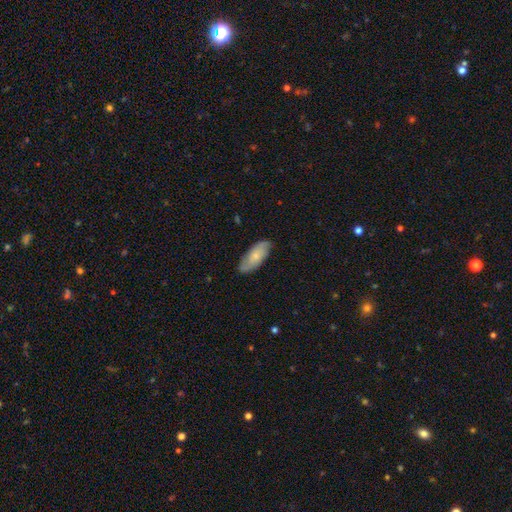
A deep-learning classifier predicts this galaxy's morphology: This is likely a smooth galaxy (66%). How rounded: clearly in between (83%). Merging: likely none (80%).